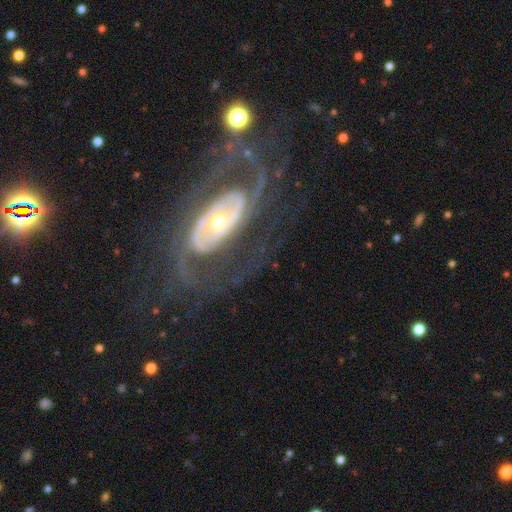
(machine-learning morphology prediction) Q: Smooth or featured?
A: featured or disk (83%); runner-up: smooth (9%)
Q: Edge-on disk?
A: no (93%); runner-up: yes (7%)
Q: Bar?
A: no (52%); runner-up: weak (26%)
Q: Spiral arms?
A: yes (82%); runner-up: no (18%)
Q: Spiral winding?
A: tight (43%); runner-up: medium (39%)
Q: Spiral arm count?
A: 2 (62%); runner-up: can't tell (20%)
Q: Bulge size?
A: small (54%); runner-up: moderate (37%)
Q: Merging?
A: none (65%); runner-up: major disturbance (18%)